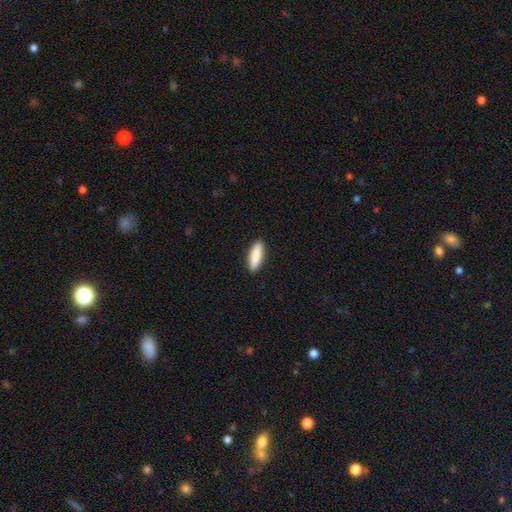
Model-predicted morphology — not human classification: Q: Smooth or featured?
A: smooth (83%); runner-up: featured or disk (11%)
Q: How rounded?
A: cigar-shaped (59%); runner-up: in between (40%)
Q: Merging?
A: none (91%); runner-up: minor disturbance (6%)